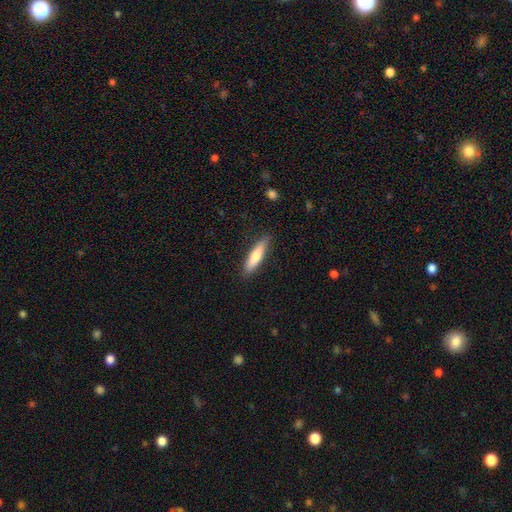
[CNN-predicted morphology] This is likely a smooth galaxy (71%). How rounded: likely cigar-shaped (79%). Merging: clearly none (86%).